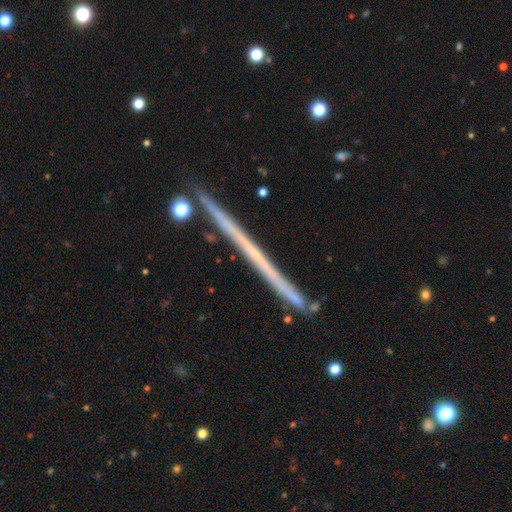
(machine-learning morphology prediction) The model was most divided on "smooth or featured": featured or disk: 68%, smooth: 24%, star or artifact: 7%. More confident: edge-on disk — yes (98%); merging — none (89%); edge-on bulge — none (88%).